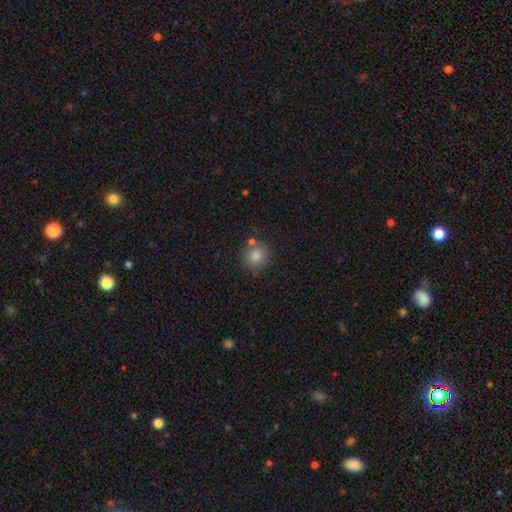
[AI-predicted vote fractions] smooth 83%, star or artifact 11%, featured or disk 7%. Down the decision tree: how rounded — round (89%); merging — none (74%).